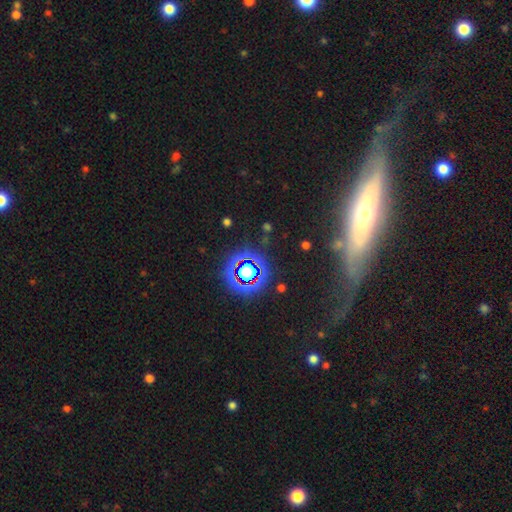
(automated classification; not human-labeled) The model was most divided on "edge-on disk": yes: 55%, no: 45%. More confident: merging — none (64%); smooth or featured — featured or disk (61%).